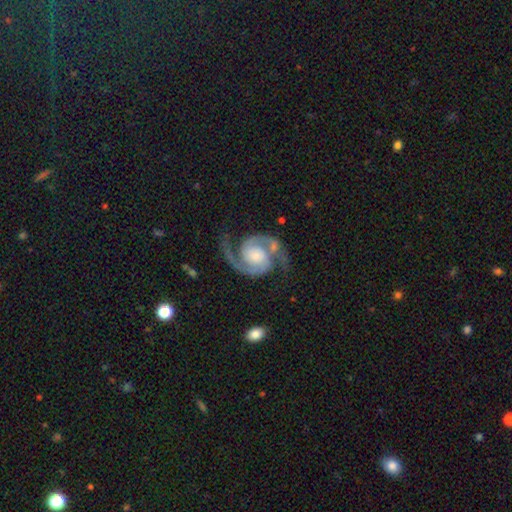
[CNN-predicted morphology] Smooth or featured: featured or disk — 93% (star or artifact — 4%)
Edge-on disk: no — 98% (yes — 2%)
Bar: no — 64% (weak — 25%)
Spiral arms: yes — 99% (no — 1%)
Spiral winding: medium — 59% (tight — 29%)
Spiral arm count: 2 — 94% (3 — 1%)
Bulge size: small — 43% (moderate — 32%)
Merging: none — 74% (minor disturbance — 15%)